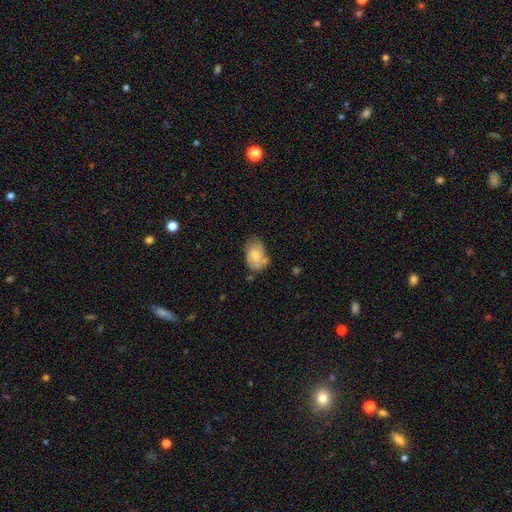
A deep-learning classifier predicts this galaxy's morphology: Overall: smooth (65%; featured or disk 28%). How rounded: in between (82%). Merging: none (53%; minor disturbance 30%).